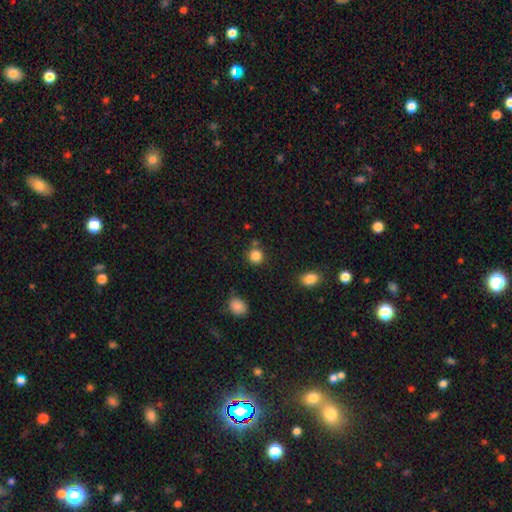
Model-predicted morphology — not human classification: The model was most divided on "merging": none: 78%, minor disturbance: 10%, merger: 9%, major disturbance: 3%. More confident: how rounded — round (90%); smooth or featured — smooth (84%).